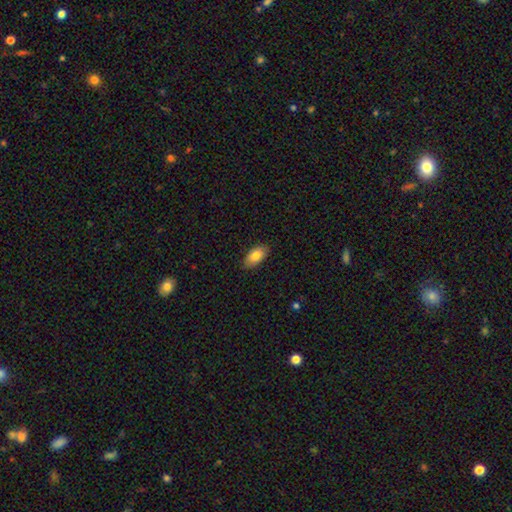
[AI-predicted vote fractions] Smooth or featured: smooth — 83% (featured or disk — 11%)
How rounded: in between — 92% (cigar-shaped — 5%)
Merging: none — 85% (minor disturbance — 12%)